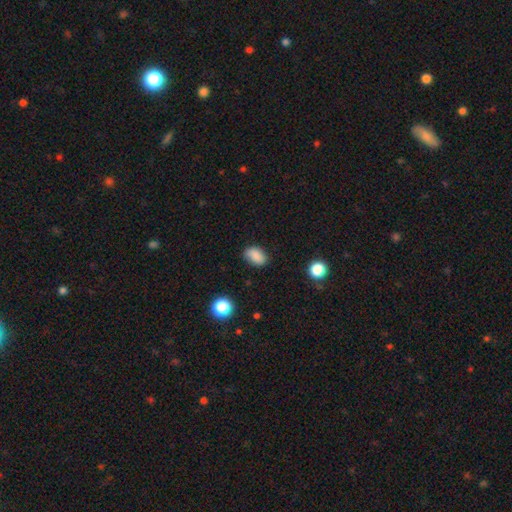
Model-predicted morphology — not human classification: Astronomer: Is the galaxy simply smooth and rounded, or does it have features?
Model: smooth — 85%.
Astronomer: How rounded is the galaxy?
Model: in between — 83%.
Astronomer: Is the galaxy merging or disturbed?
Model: none — 75%.